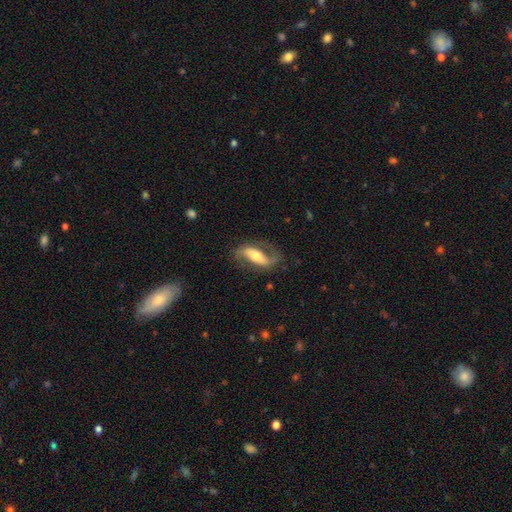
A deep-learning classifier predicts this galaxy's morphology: A featured or disk galaxy (76%) with a strong bar (48%), 2 (87%) loose (58%) spiral arms (91%) and a moderate central bulge (55%).

Vote fractions:
- Smooth or featured? featured or disk: 76% / smooth: 18% / star or artifact: 6%
- Edge-on disk? no: 89% / yes: 11%
- Bar? strong: 48% / weak: 27% / no: 25%
- Spiral arms? yes: 91% / no: 9%
- Spiral winding? loose: 58% / medium: 32% / tight: 10%
- Spiral arm count? 2: 87% / 1: 7% / can't tell: 4% / 3: 1% / 4: 1% / more than 4: 1%
- Bulge size? moderate: 55% / small: 25% / large: 14% / none: 3% / dominant: 2%
- Merging? none: 71% / minor disturbance: 17% / major disturbance: 11% / merger: 2%